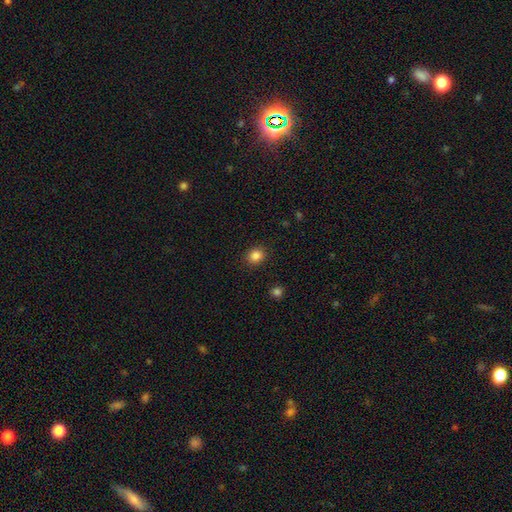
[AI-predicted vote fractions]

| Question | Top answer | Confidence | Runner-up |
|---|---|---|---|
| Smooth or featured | smooth | 85% | star or artifact (11%) |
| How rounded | round | 72% | in between (27%) |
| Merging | none | 90% | minor disturbance (7%) |